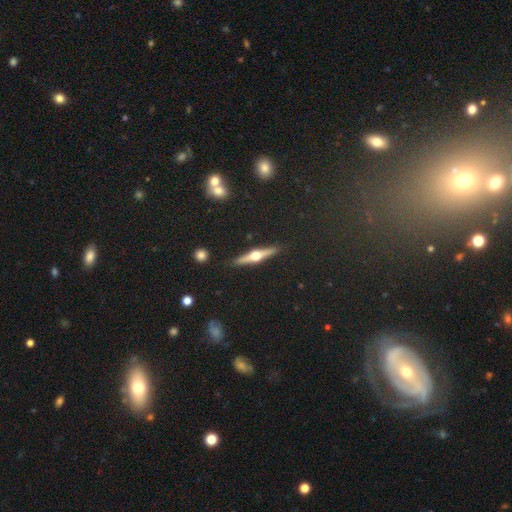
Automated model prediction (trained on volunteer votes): Morphology: type=featured or disk (74%); edge-on=yes (97%); edge-on bulge=rounded (96%); merging=none (91%).